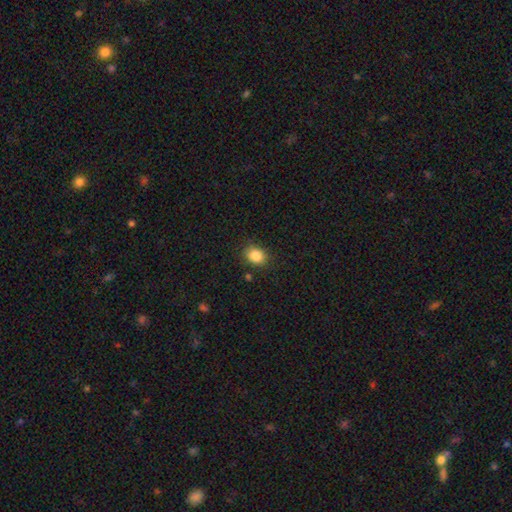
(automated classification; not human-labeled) smooth_or_featured: smooth (p=0.86) [alt: star or artifact p=0.10]
how_rounded: round (p=0.56) [alt: in between p=0.43]
merging: none (p=0.85) [alt: minor disturbance p=0.10]